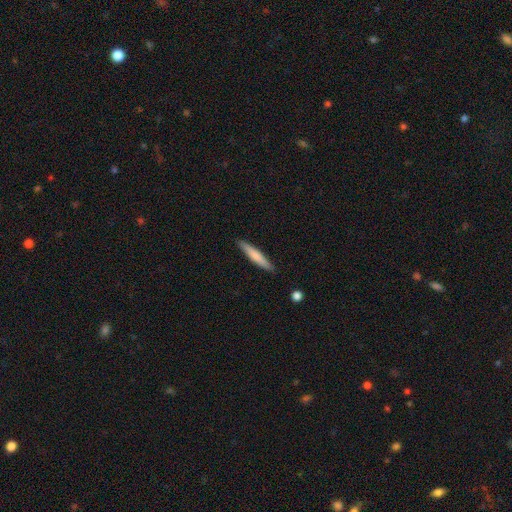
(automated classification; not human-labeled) A smooth galaxy with no disk features (69%) that is cigar-shaped (92%). Merging: none (89%).